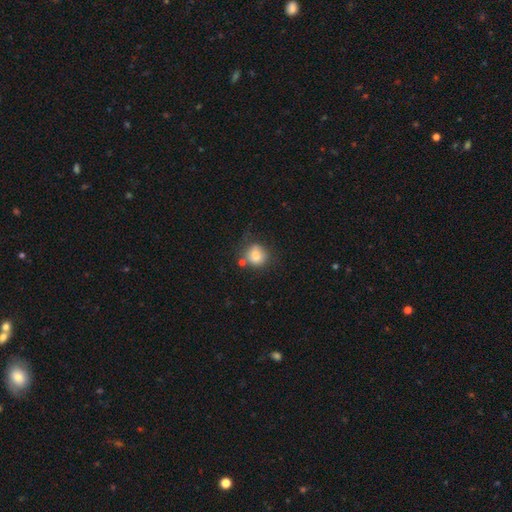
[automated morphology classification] Smooth or featured? smooth (80%)
How rounded? round (74%)
Merging? none (58%)